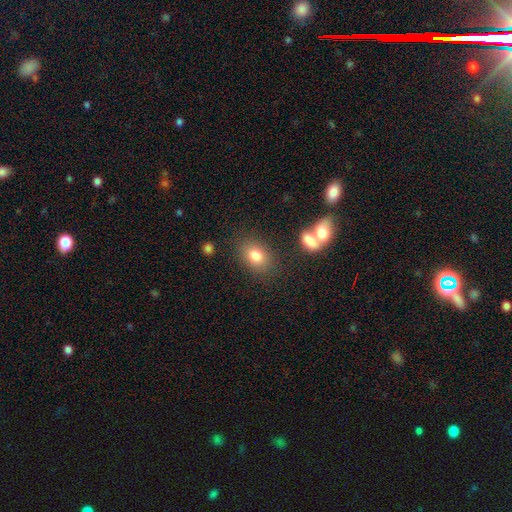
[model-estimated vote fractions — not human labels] Smooth or featured? smooth (81%)
How rounded? in between (70%)
Merging? none (76%)